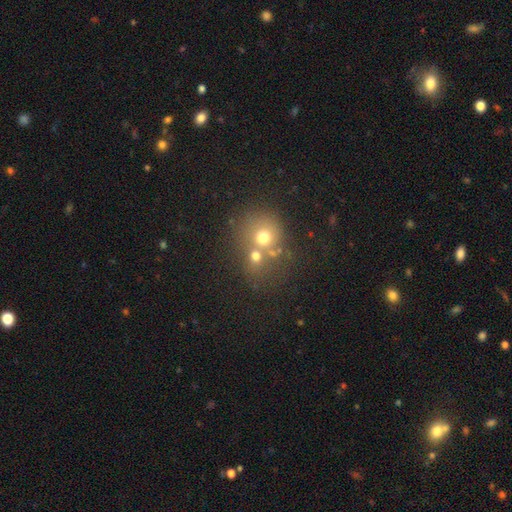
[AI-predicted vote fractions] This is likely a smooth galaxy (64%). How rounded: likely round (79%). Merging: possibly merger (47%).